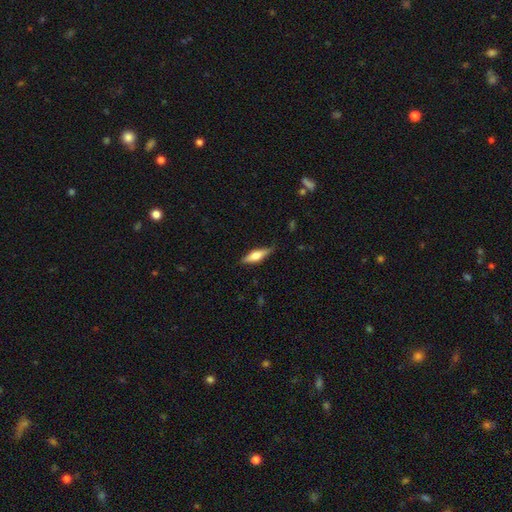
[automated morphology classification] Smooth or featured?
  - smooth: 47% * (tied)
  - featured or disk: 47% * (tied)
  - star or artifact: 6%
Merging?
  - none: 82% *
  - minor disturbance: 14%
  - major disturbance: 3%
  - merger: 1%